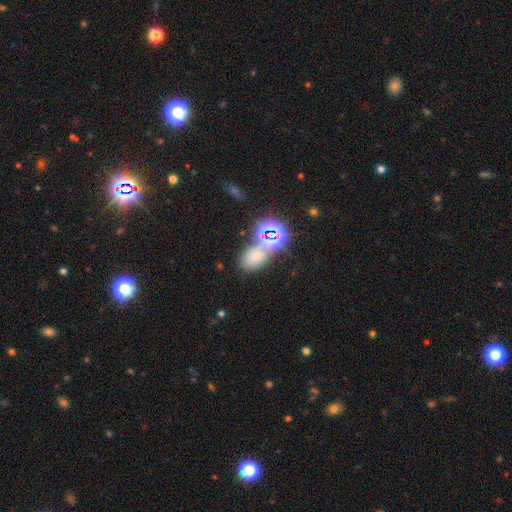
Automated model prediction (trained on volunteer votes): smooth 52%, star or artifact 36%, featured or disk 12%. Down the decision tree: how rounded — in between (76%); merging — none (55%).